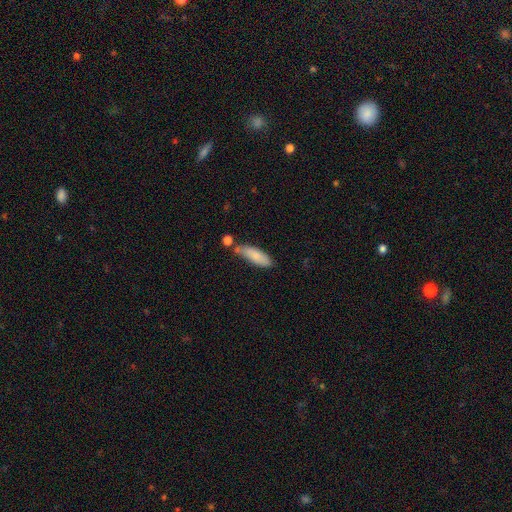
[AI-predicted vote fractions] Smooth or featured: smooth — 81% (featured or disk — 13%)
How rounded: in between — 56% (cigar-shaped — 42%)
Merging: none — 55% (minor disturbance — 25%)